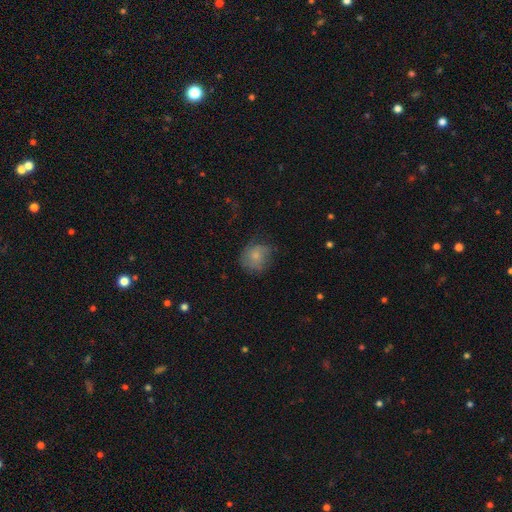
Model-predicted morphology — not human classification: Smooth or featured: smooth — 74% (featured or disk — 17%)
How rounded: round — 72% (in between — 27%)
Merging: none — 57% (minor disturbance — 28%)